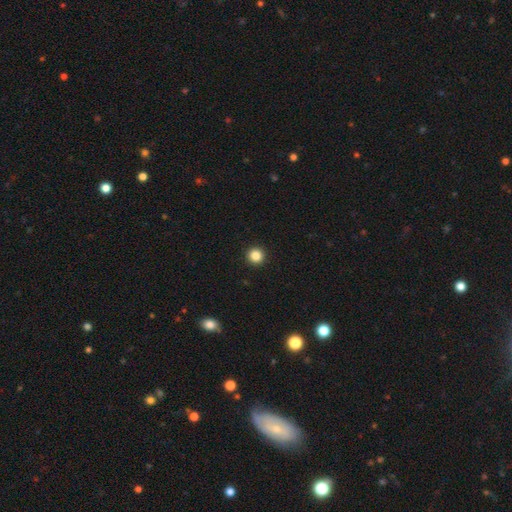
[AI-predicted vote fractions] smooth_or_featured: smooth (p=0.85) [alt: star or artifact p=0.11]
how_rounded: round (p=0.95) [alt: in between p=0.04]
merging: none (p=0.94) [alt: minor disturbance p=0.04]